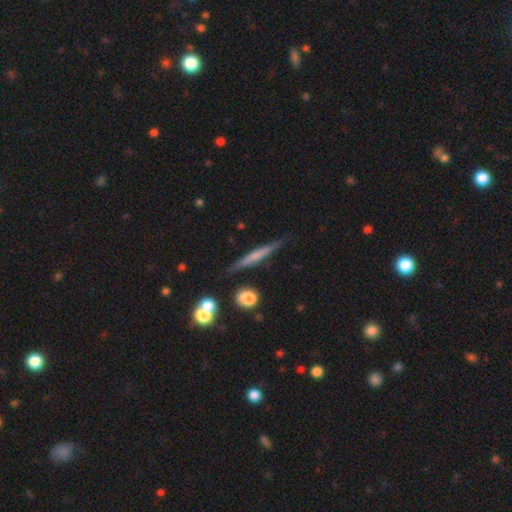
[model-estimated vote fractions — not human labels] Smooth or featured?
  - smooth: 47% *
  - featured or disk: 46%
  - star or artifact: 7%
Merging?
  - none: 85% *
  - minor disturbance: 10%
  - merger: 3%
  - major disturbance: 2%